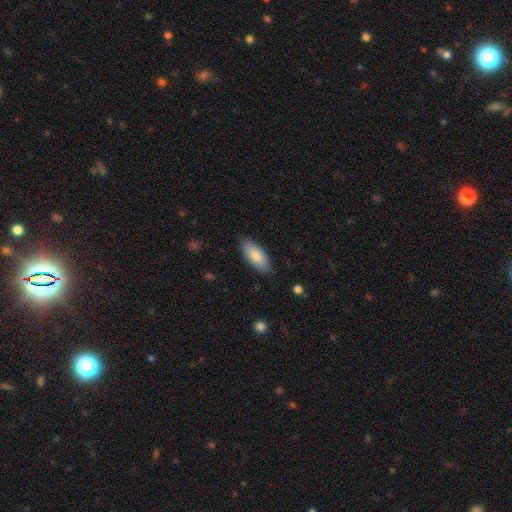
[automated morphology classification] Overall: smooth (83%). How rounded: in between (86%). Merging: none (85%).